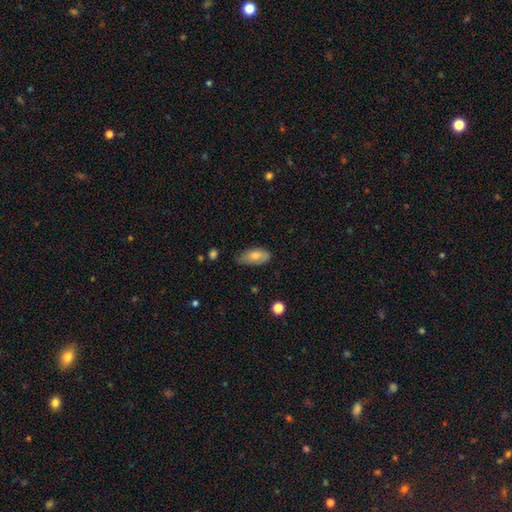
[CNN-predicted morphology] The model was most divided on "merging": none: 65%, minor disturbance: 29%, major disturbance: 4%, merger: 2%. More confident: how rounded — in between (90%); smooth or featured — smooth (75%).